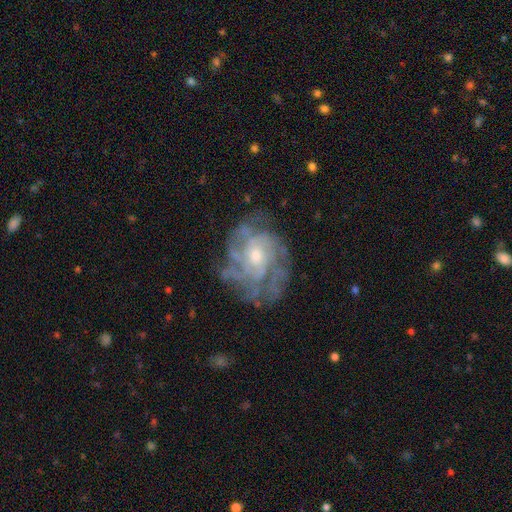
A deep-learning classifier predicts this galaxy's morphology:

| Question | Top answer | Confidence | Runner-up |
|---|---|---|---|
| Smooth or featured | featured or disk | 81% | smooth (10%) |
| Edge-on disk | no | 97% | yes (3%) |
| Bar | no | 74% | weak (22%) |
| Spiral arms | yes | 86% | no (14%) |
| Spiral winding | tight | 53% | medium (34%) |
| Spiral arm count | can't tell | 42% | 4 (20%) |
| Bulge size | moderate | 48% | small (46%) |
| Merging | none | 66% | minor disturbance (19%) |